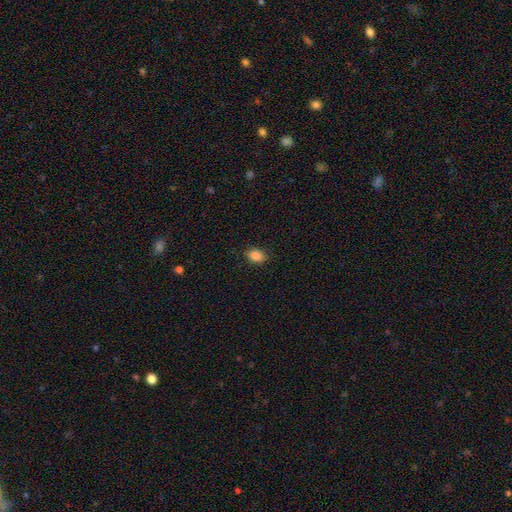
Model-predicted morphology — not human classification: Smooth or featured? smooth (87%)
How rounded? in between (75%)
Merging? none (86%)